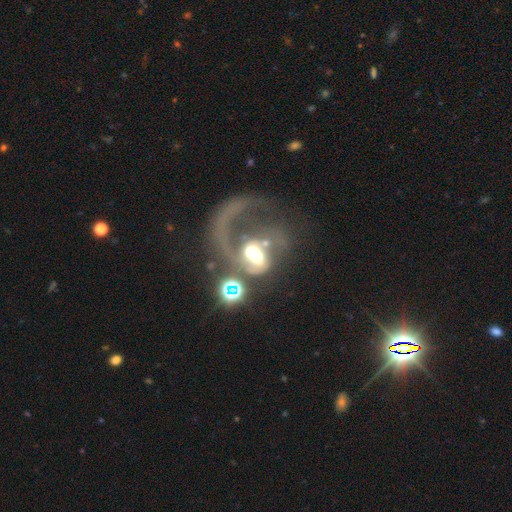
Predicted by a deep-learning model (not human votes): Smooth or featured? Predicted: featured or disk (p=0.68). Edge-on disk? Predicted: no (p=0.97). Bar? Predicted: no (p=0.67). Spiral arms? Predicted: yes (p=0.69). Bulge size? Predicted: moderate (p=0.54). Merging? Predicted: merger (p=0.48).